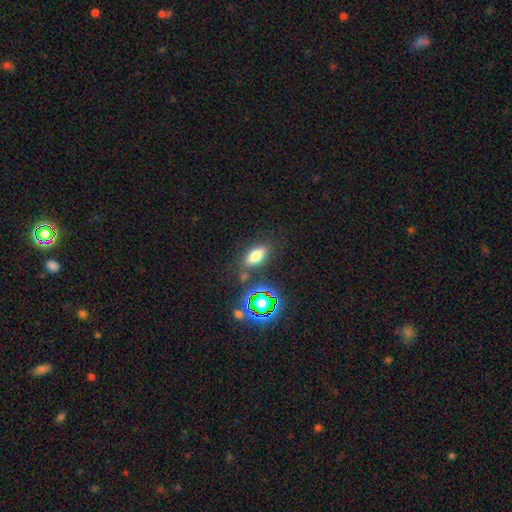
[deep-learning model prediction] Smooth or featured?
  - smooth: 67% *
  - star or artifact: 20%
  - featured or disk: 13%
How rounded?
  - in between: 76% *
  - cigar-shaped: 15%
  - round: 9%
Merging?
  - none: 77% *
  - minor disturbance: 12%
  - merger: 6%
  - major disturbance: 4%